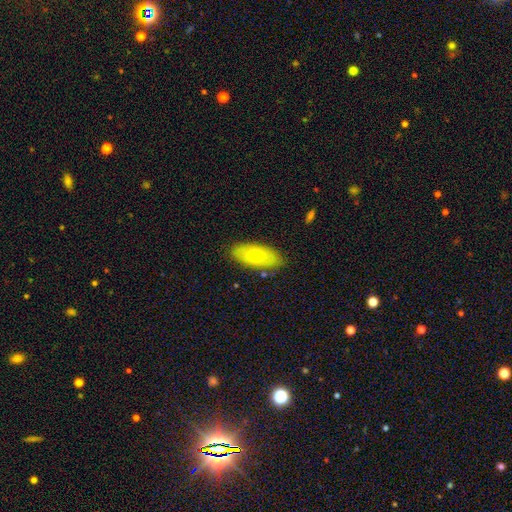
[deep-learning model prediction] smooth-or-featured: smooth: 61% | featured or disk: 33% | star or artifact: 6%
  how-rounded: in between: 91% | cigar-shaped: 6% | round: 3%
  merging: none: 82% | minor disturbance: 13% | major disturbance: 3% | merger: 2%